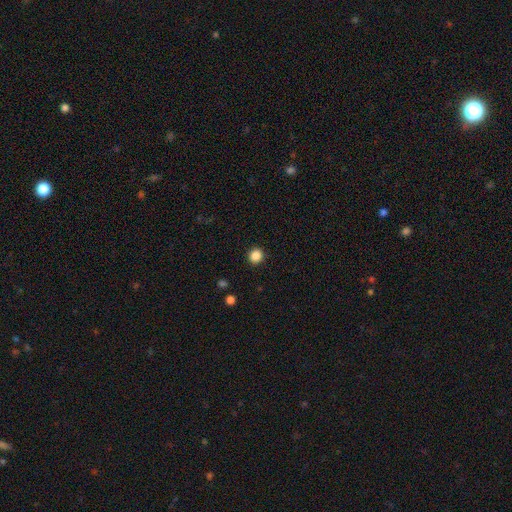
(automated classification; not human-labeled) Morphology: type=smooth (86%); roundness=round (91%); merging=none (92%).